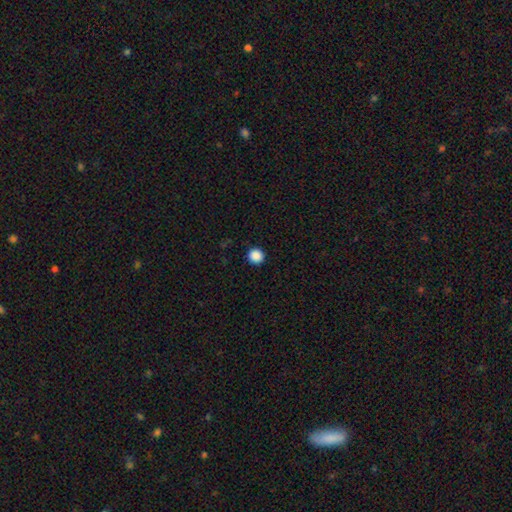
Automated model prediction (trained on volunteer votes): This is clearly a smooth galaxy (88%). How rounded: clearly round (95%). Merging: clearly none (93%).